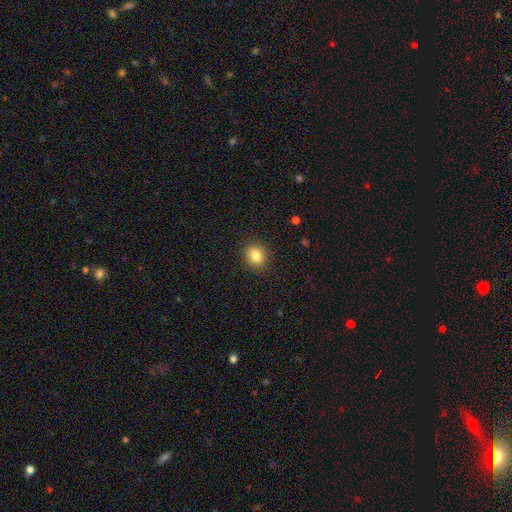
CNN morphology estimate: Q: Smooth or featured?
A: smooth (84%); runner-up: star or artifact (10%)
Q: How rounded?
A: round (55%); runner-up: in between (44%)
Q: Merging?
A: none (89%); runner-up: minor disturbance (8%)